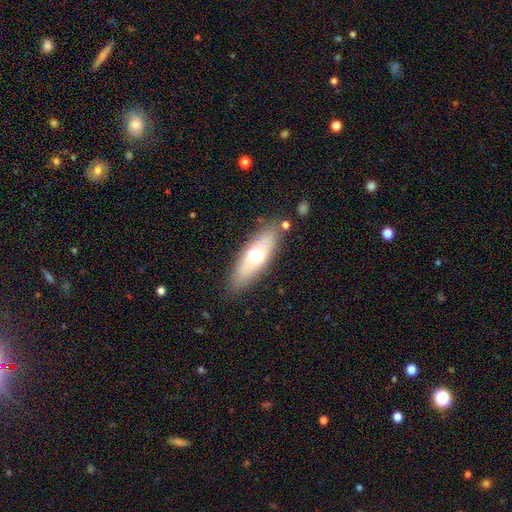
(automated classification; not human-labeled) Smooth or featured: smooth — 57% (featured or disk — 36%)
How rounded: in between — 57% (cigar-shaped — 39%)
Merging: none — 82% (minor disturbance — 11%)